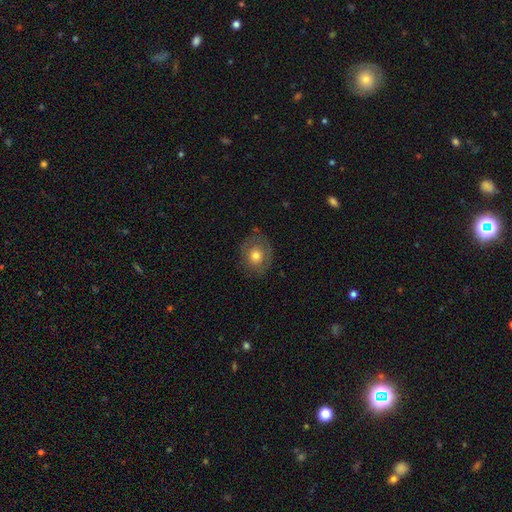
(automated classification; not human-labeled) Smooth or featured: smooth — 65% (featured or disk — 26%)
How rounded: round — 70% (in between — 29%)
Merging: none — 77% (minor disturbance — 16%)